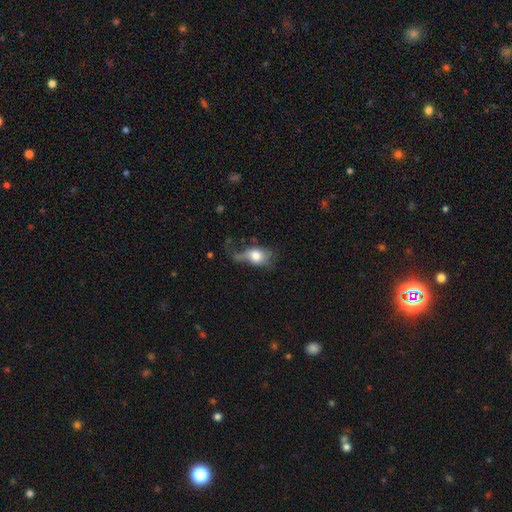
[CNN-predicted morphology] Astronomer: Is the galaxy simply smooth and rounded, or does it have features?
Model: smooth — 71%.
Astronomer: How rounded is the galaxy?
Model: in between — 70%.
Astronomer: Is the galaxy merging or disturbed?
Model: major disturbance — 43% (runner-up: minor disturbance, 27%).